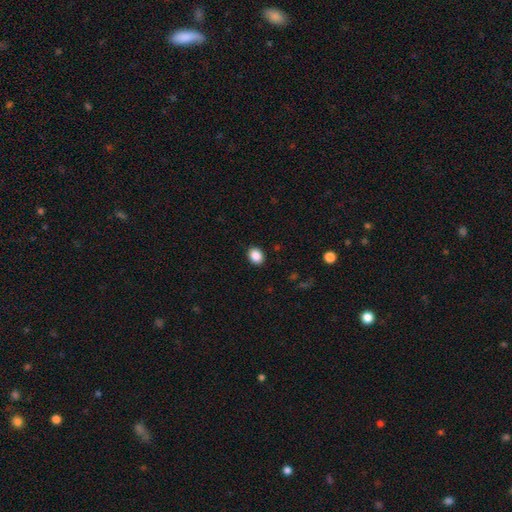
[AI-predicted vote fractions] Smooth or featured: smooth — 88% (star or artifact — 9%)
How rounded: in between — 50% (round — 49%)
Merging: none — 90% (minor disturbance — 7%)